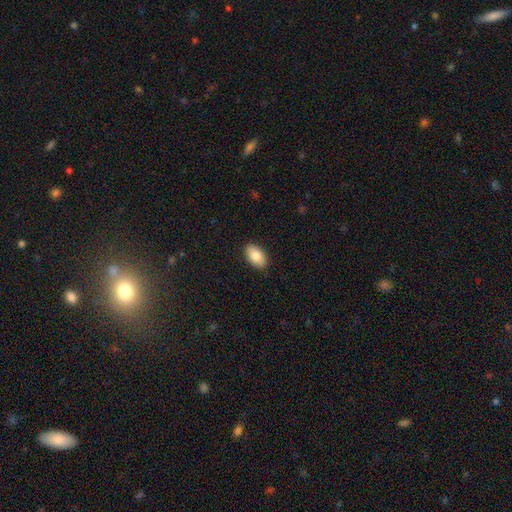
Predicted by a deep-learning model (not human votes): A smooth galaxy with no disk features (83%) that is in between round and cigar-shaped (94%).

Vote fractions:
- Smooth or featured? smooth: 83% / featured or disk: 10% / star or artifact: 7%
- How rounded? in between: 94% / round: 5% / cigar-shaped: 1%
- Merging? none: 89% / minor disturbance: 8% / major disturbance: 2% / merger: 1%